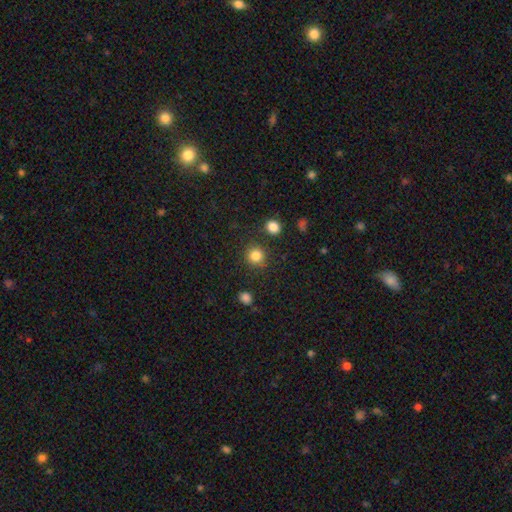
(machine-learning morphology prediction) Smooth or featured: smooth — 84% (star or artifact — 12%)
How rounded: round — 92% (in between — 7%)
Merging: none — 86% (minor disturbance — 7%)